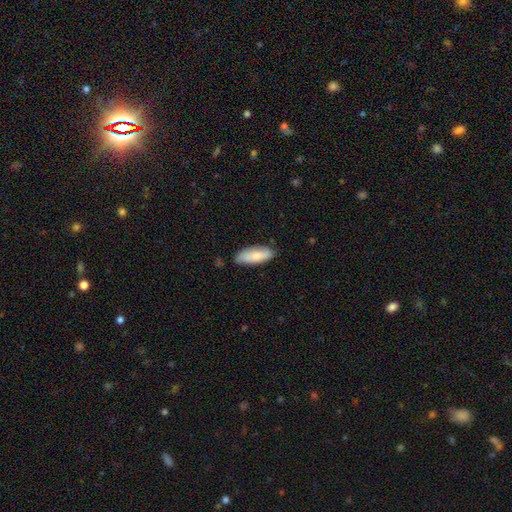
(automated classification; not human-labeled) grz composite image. It shows a smooth galaxy with no disk features (80%) that is in between round and cigar-shaped (71%). Merging: none (78%).